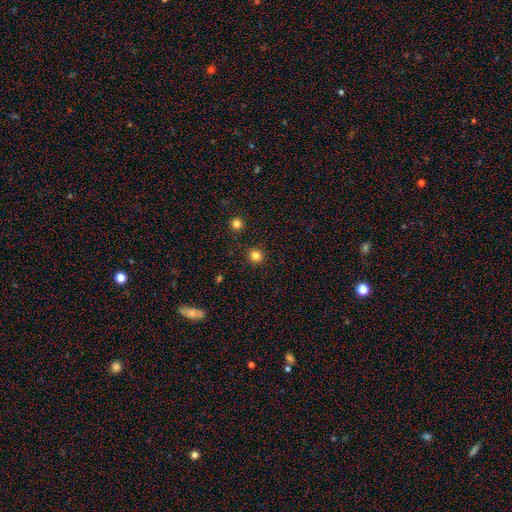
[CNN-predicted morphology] Overall: smooth (82%). How rounded: round (91%). Merging: none (91%).